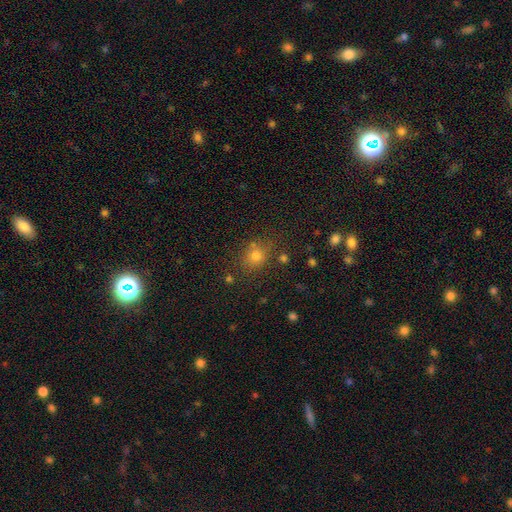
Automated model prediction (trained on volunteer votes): Smooth or featured? smooth (72%)
How rounded? round (73%)
Merging? none (75%)